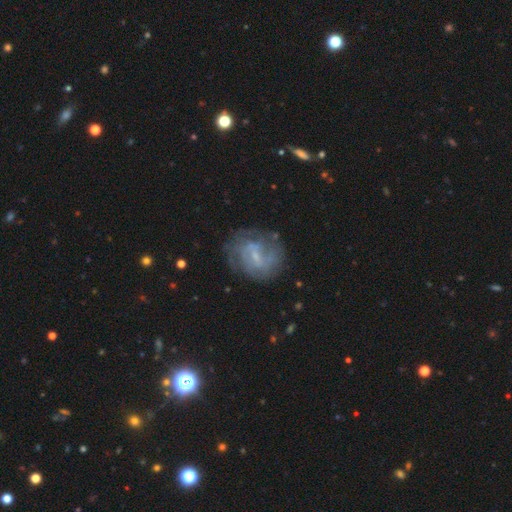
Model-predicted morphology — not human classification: Smooth or featured? featured or disk (71%)
Edge-on disk? no (97%)
Bar? weak (58%)
Spiral arms? yes (77%)
Spiral winding? tight (45%)
Spiral arm count? can't tell (47%)
Bulge size? small (63%)
Merging? none (69%)